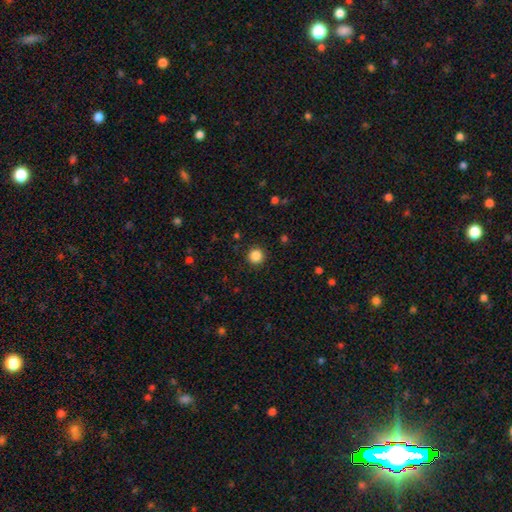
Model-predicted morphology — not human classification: smooth_or_featured: smooth (p=0.86) [alt: star or artifact p=0.11]
how_rounded: round (p=0.95) [alt: in between p=0.04]
merging: none (p=0.92) [alt: minor disturbance p=0.05]